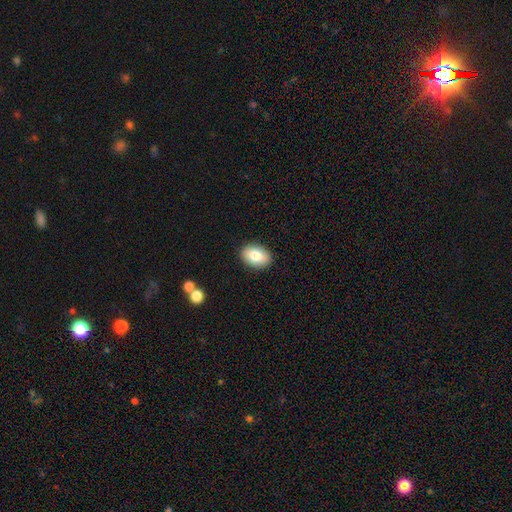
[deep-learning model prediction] A smooth galaxy with no disk features (81%) that is in between round and cigar-shaped (84%). Merging: none (90%).